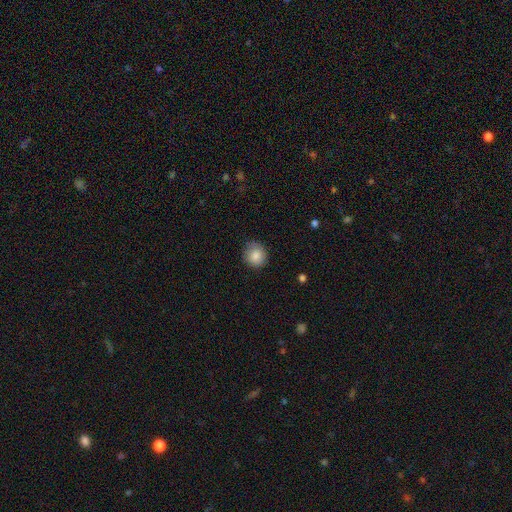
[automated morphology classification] The model was most divided on "merging": none: 81%, minor disturbance: 15%, major disturbance: 3%, merger: 1%. More confident: smooth or featured — smooth (86%); how rounded — round (86%).